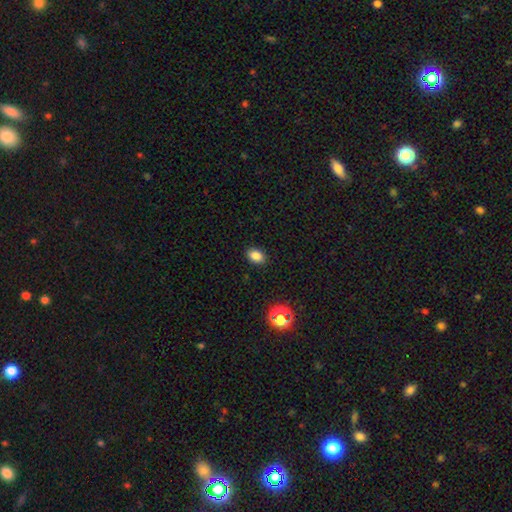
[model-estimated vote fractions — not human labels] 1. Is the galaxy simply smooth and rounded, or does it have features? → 85% smooth, 11% star or artifact, 5% featured or disk.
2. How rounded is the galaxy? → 77% in between, 21% round, 1% cigar-shaped.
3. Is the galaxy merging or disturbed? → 89% none, 8% minor disturbance, 2% major disturbance, 1% merger.